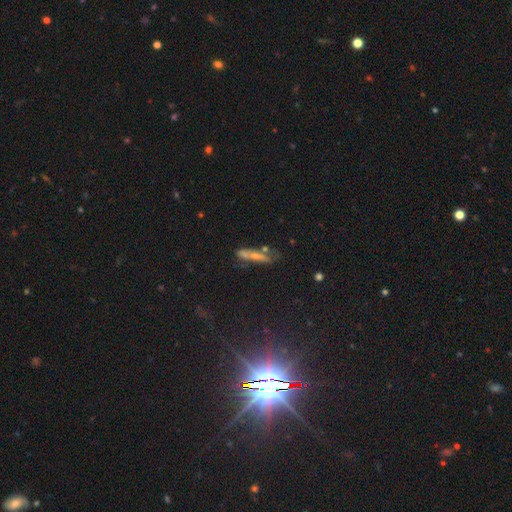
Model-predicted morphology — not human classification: Overall: smooth (41%; featured or disk 40%). Merging: none (53%; minor disturbance 21%).